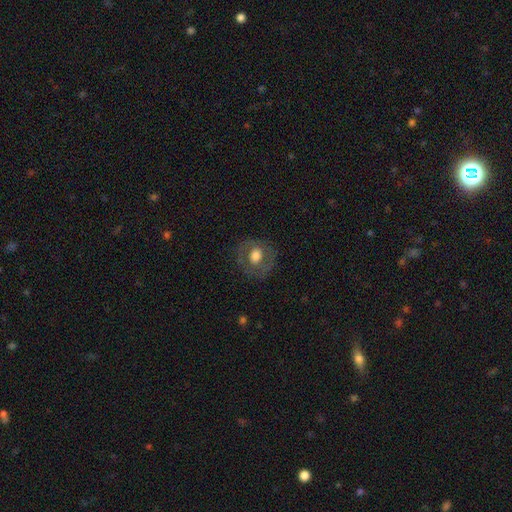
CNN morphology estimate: A smooth galaxy with no disk features (52%) that is round (78%). Merging: none (79%).